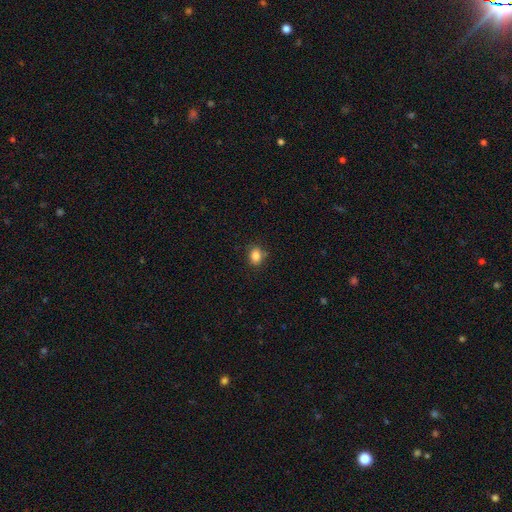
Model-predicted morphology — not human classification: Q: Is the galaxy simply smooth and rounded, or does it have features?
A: smooth — 85%.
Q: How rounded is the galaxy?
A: in between — 60%.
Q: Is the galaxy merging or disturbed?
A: none — 82%.